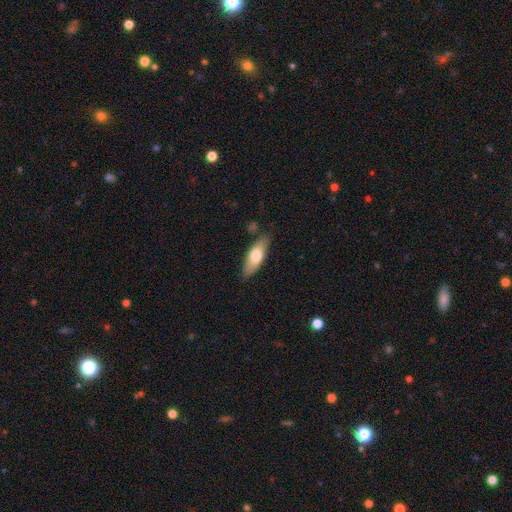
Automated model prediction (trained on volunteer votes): Smooth or featured?
  - smooth: 68% *
  - featured or disk: 26%
  - star or artifact: 6%
How rounded?
  - in between: 62% *
  - cigar-shaped: 36%
  - round: 2%
Merging?
  - none: 80% *
  - minor disturbance: 14%
  - merger: 3%
  - major disturbance: 3%